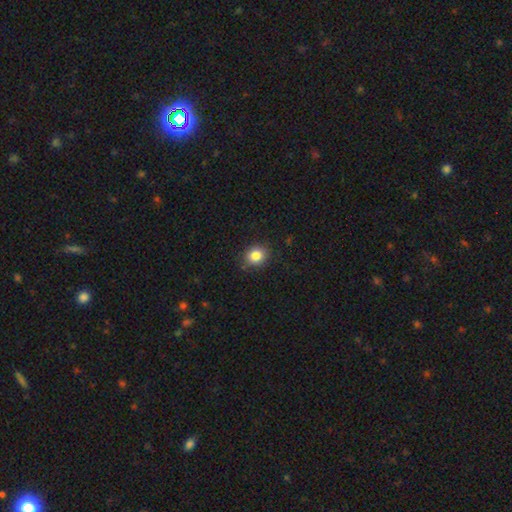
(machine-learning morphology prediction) Q: Smooth or featured?
A: smooth (84%); runner-up: star or artifact (10%)
Q: How rounded?
A: round (65%); runner-up: in between (34%)
Q: Merging?
A: none (86%); runner-up: minor disturbance (11%)